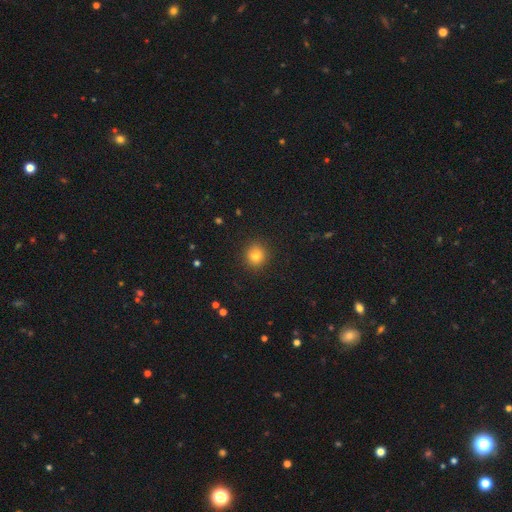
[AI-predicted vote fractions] Smooth or featured: smooth — 79% (star or artifact — 14%)
How rounded: round — 91% (in between — 8%)
Merging: none — 91% (minor disturbance — 6%)